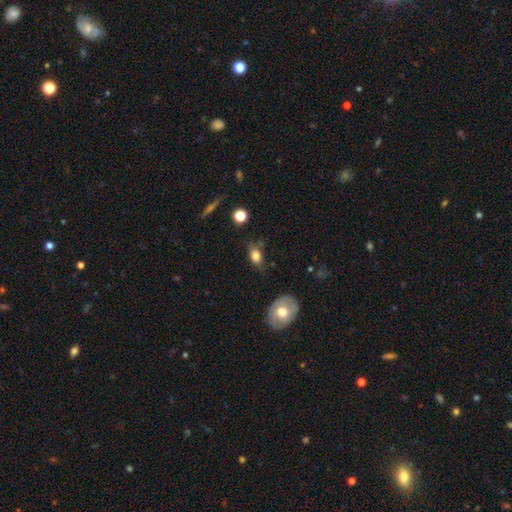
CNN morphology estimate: Q: Smooth or featured?
A: smooth (78%); runner-up: featured or disk (13%)
Q: How rounded?
A: in between (75%); runner-up: round (21%)
Q: Merging?
A: none (60%); runner-up: minor disturbance (28%)